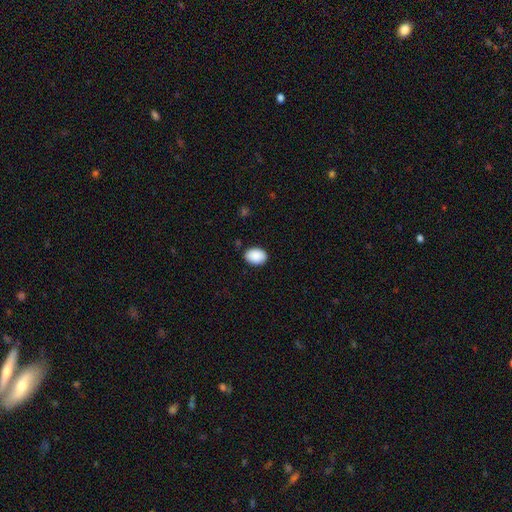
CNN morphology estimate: The model was most divided on "how rounded": in between: 78%, round: 21%, cigar-shaped: 1%. More confident: smooth or featured — smooth (90%); merging — none (87%).